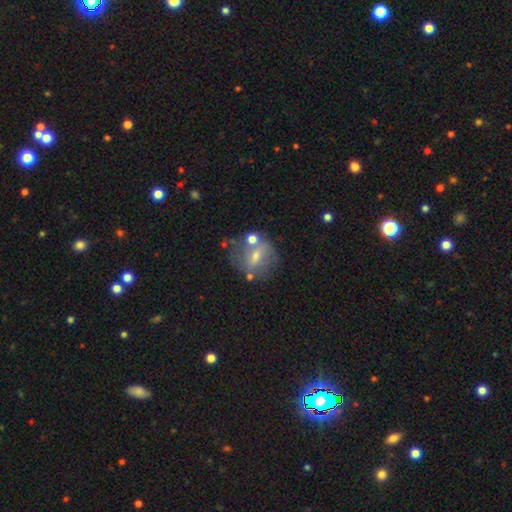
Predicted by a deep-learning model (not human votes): A featured or disk galaxy (51%). Merging: none (54%).